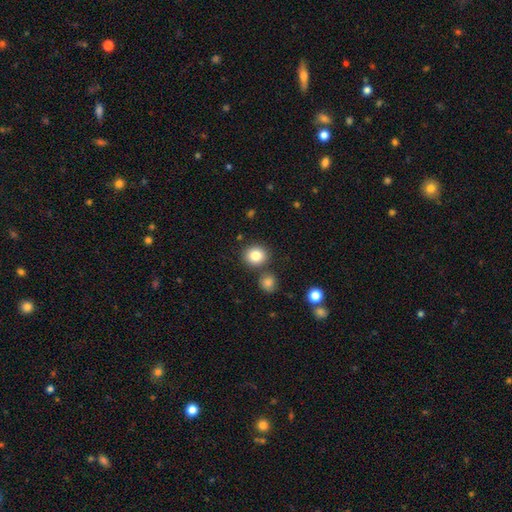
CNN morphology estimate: smooth-or-featured: smooth: 84% | star or artifact: 10% | featured or disk: 6%
  how-rounded: round: 85% | in between: 14% | cigar-shaped: 1%
  merging: none: 79% | merger: 10% | minor disturbance: 8% | major disturbance: 2%